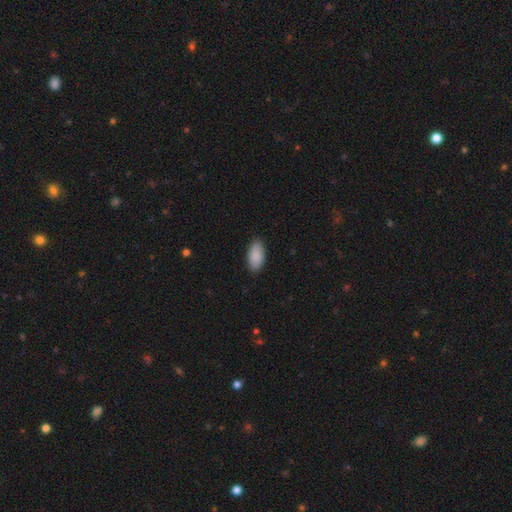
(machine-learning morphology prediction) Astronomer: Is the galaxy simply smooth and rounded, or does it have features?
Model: smooth — 90%.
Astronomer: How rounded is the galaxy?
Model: in between — 92%.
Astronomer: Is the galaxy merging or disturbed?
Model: none — 87%.